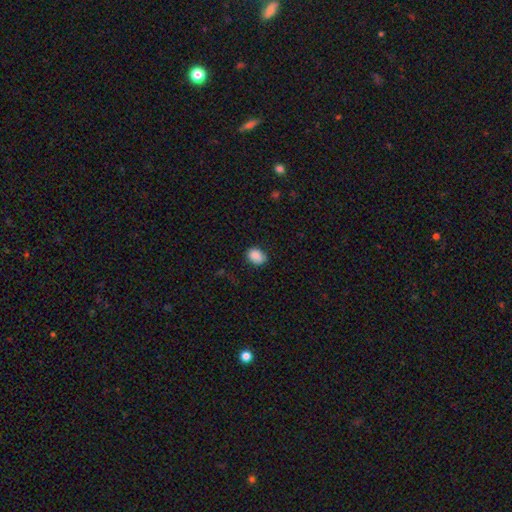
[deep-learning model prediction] smooth 88%, star or artifact 8%, featured or disk 4%. Down the decision tree: how rounded — in between (71%); merging — none (78%).